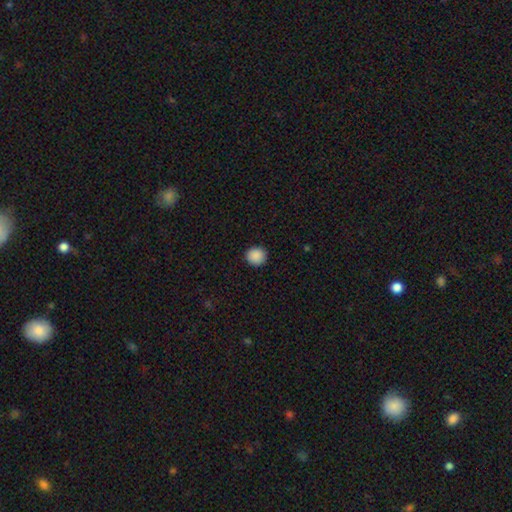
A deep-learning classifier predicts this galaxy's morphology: type=smooth (90%); roundness=round (91%); merging=none (92%).